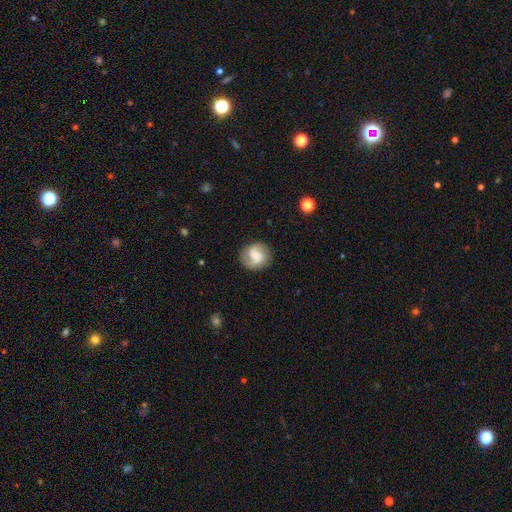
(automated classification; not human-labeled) Overall: smooth (48%; featured or disk 43%). Merging: none (76%).